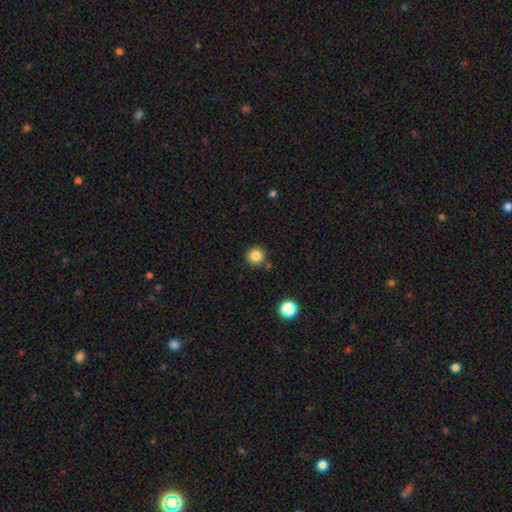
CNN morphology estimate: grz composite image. It shows a smooth galaxy with no disk features (84%) that is round (95%). Merging: none (86%).